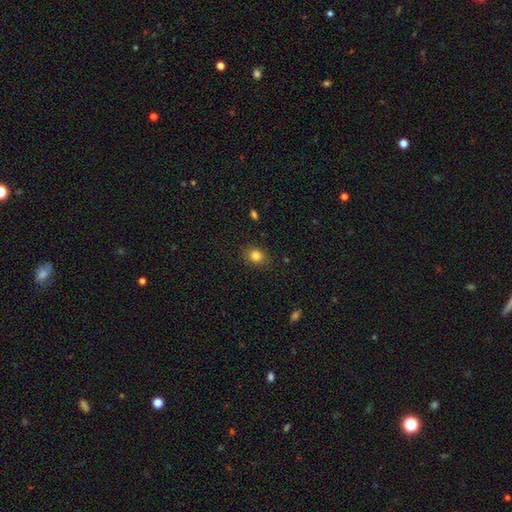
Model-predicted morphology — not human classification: Smooth or featured? Predicted: smooth (p=0.82). How rounded? Predicted: round (p=0.64). Merging? Predicted: none (p=0.87).